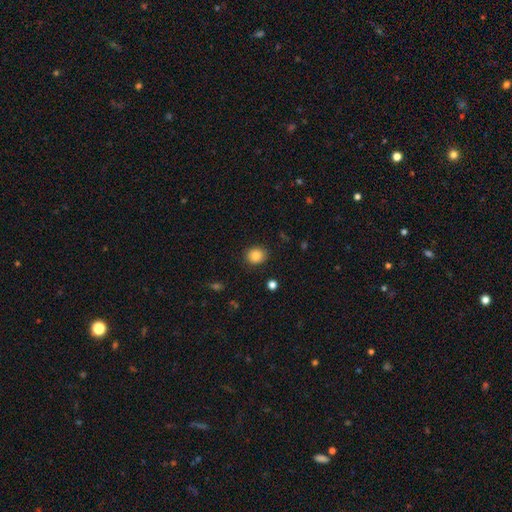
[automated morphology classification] The model was most divided on "how rounded": round: 75%, in between: 24%, cigar-shaped: 1%. More confident: merging — none (88%); smooth or featured — smooth (85%).